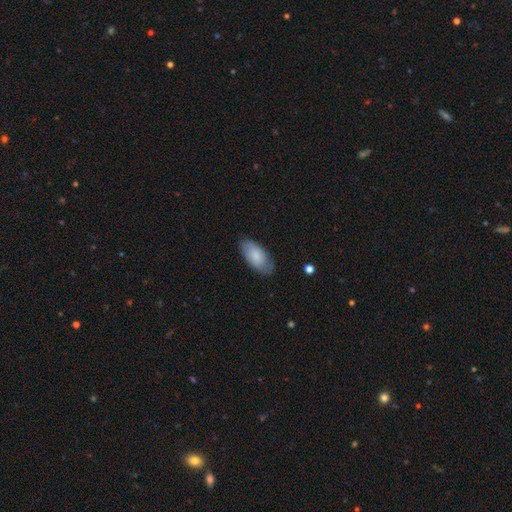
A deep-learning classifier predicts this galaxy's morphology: A smooth galaxy with no disk features (78%) that is in between round and cigar-shaped (93%).

Vote fractions:
- Smooth or featured? smooth: 78% / featured or disk: 16% / star or artifact: 6%
- How rounded? in between: 93% / cigar-shaped: 6% / round: 2%
- Merging? none: 78% / minor disturbance: 17% / major disturbance: 4% / merger: 1%